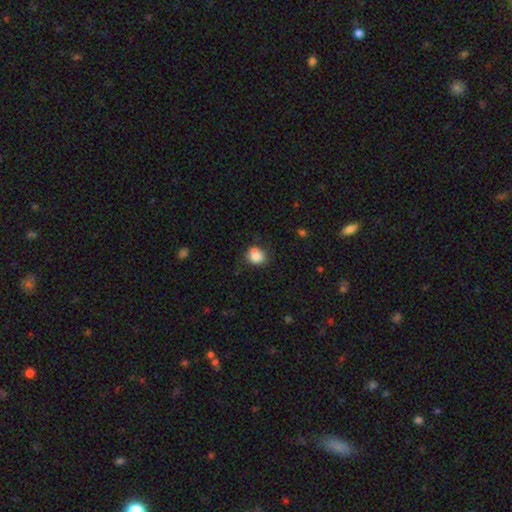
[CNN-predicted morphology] A smooth galaxy with no disk features (81%) that is round (68%).

Vote fractions:
- Smooth or featured? smooth: 81% / star or artifact: 10% / featured or disk: 9%
- How rounded? round: 68% / in between: 31% / cigar-shaped: 1%
- Merging? none: 58% / minor disturbance: 19% / merger: 18% / major disturbance: 5%